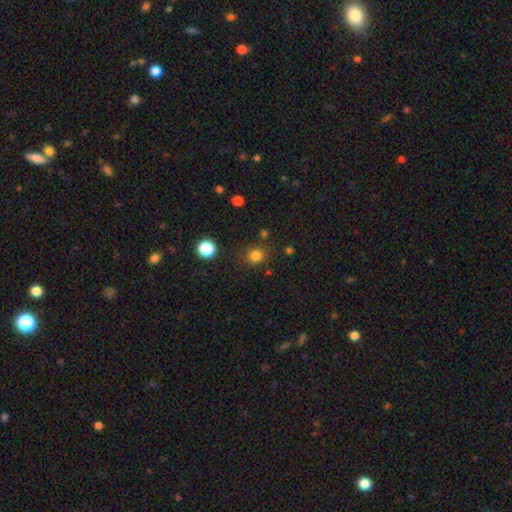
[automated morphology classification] A smooth galaxy with no disk features (81%) that is round (86%). Merging: none (85%).